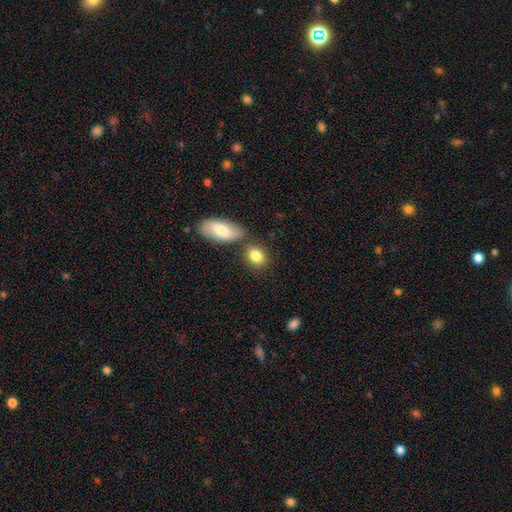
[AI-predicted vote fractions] Smooth or featured: smooth — 84% (featured or disk — 8%)
How rounded: in between — 61% (round — 36%)
Merging: none — 65% (merger — 19%)